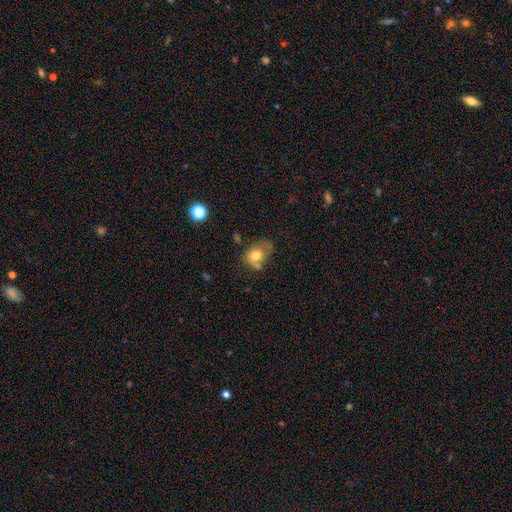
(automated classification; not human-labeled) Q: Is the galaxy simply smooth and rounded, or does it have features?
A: smooth — 74%.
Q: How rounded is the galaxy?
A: in between — 61%.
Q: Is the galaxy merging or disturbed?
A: none — 37%.